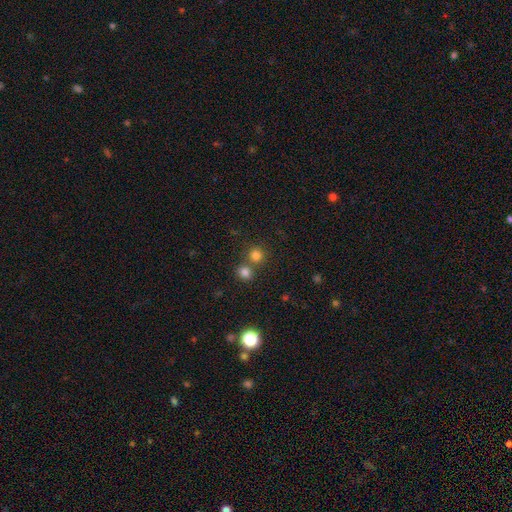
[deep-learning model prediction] Smooth or featured?
  - smooth: 79% *
  - star or artifact: 15%
  - featured or disk: 6%
How rounded?
  - round: 89% *
  - in between: 10%
  - cigar-shaped: 1%
Merging?
  - none: 60% *
  - merger: 31%
  - minor disturbance: 6%
  - major disturbance: 3%